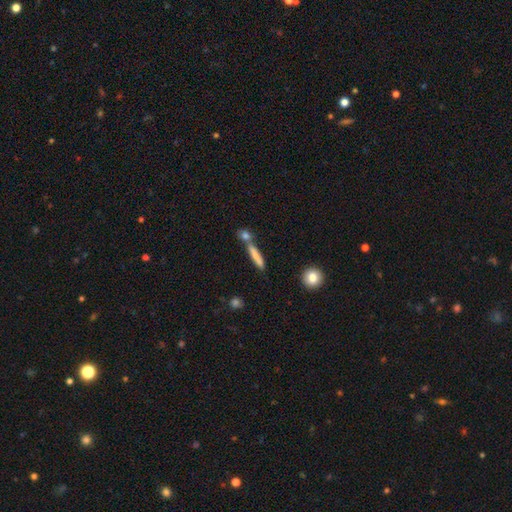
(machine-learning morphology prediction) The model was most divided on "merging": none: 59%, merger: 25%, minor disturbance: 12%, major disturbance: 4%. More confident: how rounded — cigar-shaped (84%); smooth or featured — smooth (71%).